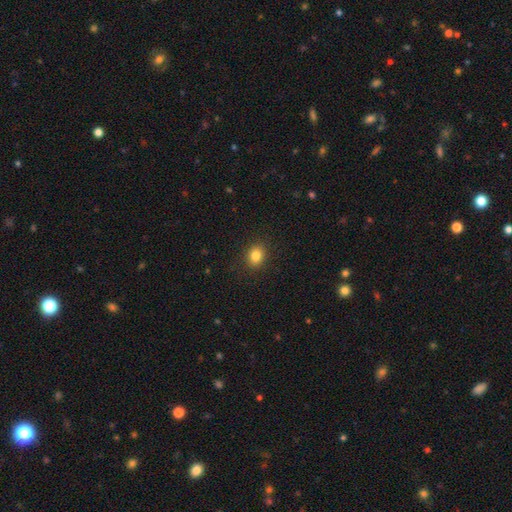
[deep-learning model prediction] smooth 84%, star or artifact 11%, featured or disk 6%. Down the decision tree: how rounded — in between (51%); merging — none (89%).